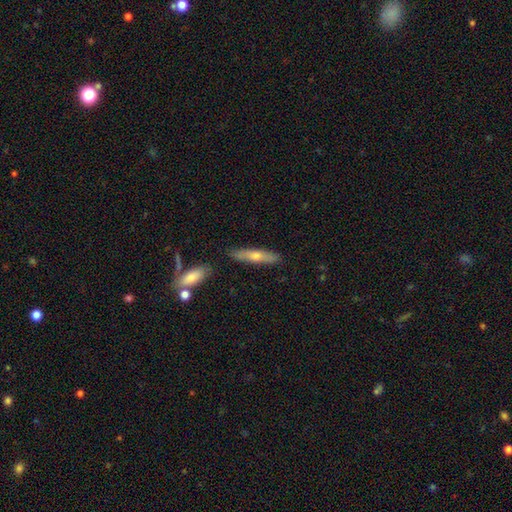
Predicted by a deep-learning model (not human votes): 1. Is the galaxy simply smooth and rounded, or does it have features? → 53% smooth, 40% featured or disk, 7% star or artifact.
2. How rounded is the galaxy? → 84% cigar-shaped, 14% in between, 2% round.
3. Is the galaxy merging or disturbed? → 85% none, 10% minor disturbance, 3% merger, 2% major disturbance.